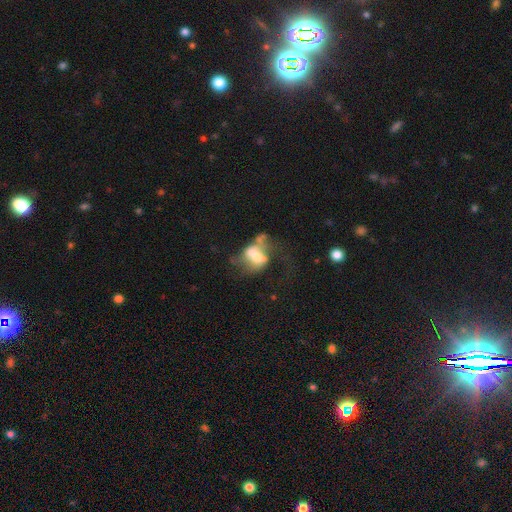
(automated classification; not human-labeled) The model was most divided on "merging": major disturbance: 37%, merger: 30%, none: 19%, minor disturbance: 14%. Remaining: edge-on disk — no (95%); spiral arms — no (74%); bar — no (62%); smooth or featured — featured or disk (54%); bulge size — moderate (43%).